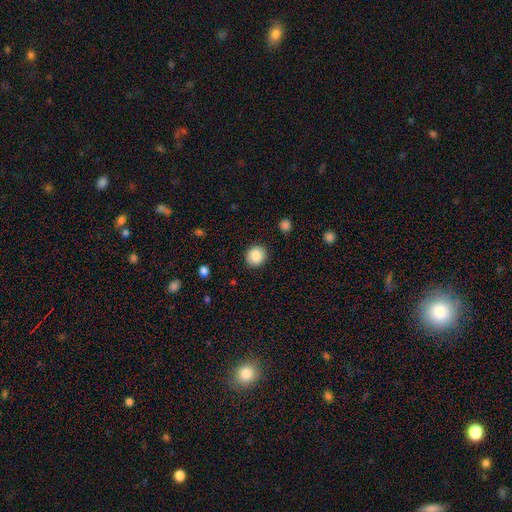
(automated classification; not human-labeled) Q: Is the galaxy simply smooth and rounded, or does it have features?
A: smooth — 85%.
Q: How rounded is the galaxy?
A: round — 85%.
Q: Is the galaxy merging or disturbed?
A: none — 89%.